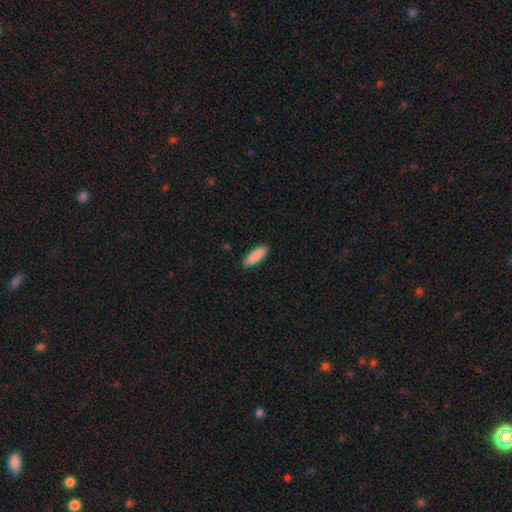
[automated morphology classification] Smooth or featured? smooth (90%)
How rounded? in between (57%)
Merging? none (88%)